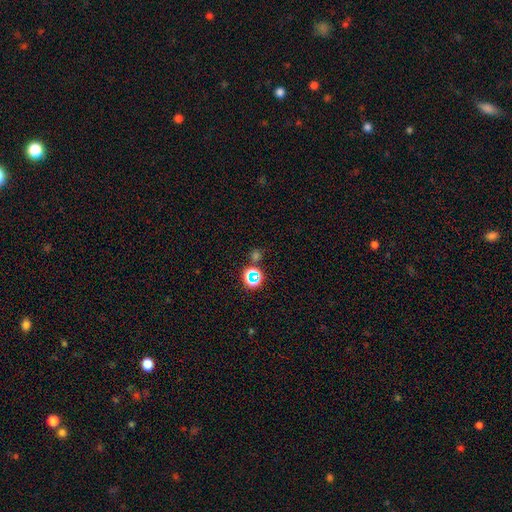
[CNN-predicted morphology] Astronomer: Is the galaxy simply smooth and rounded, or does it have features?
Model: star or artifact — 56% (runner-up: smooth, 34%).